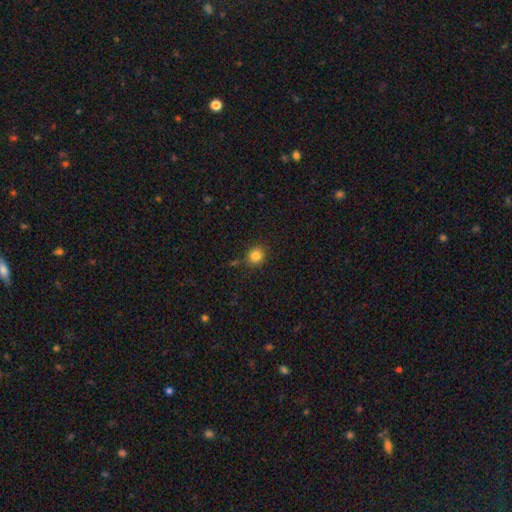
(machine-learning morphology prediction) Smooth or featured? Predicted: smooth (p=0.85). How rounded? Predicted: round (p=0.85). Merging? Predicted: none (p=0.86).